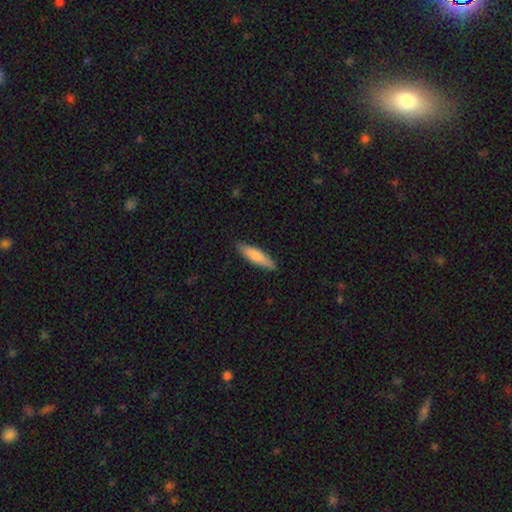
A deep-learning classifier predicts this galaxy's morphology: A smooth galaxy with no disk features (79%) that is cigar-shaped (73%).

Vote fractions:
- Smooth or featured? smooth: 79% / featured or disk: 15% / star or artifact: 5%
- How rounded? cigar-shaped: 73% / in between: 26% / round: 1%
- Merging? none: 87% / minor disturbance: 10% / major disturbance: 2% / merger: 1%